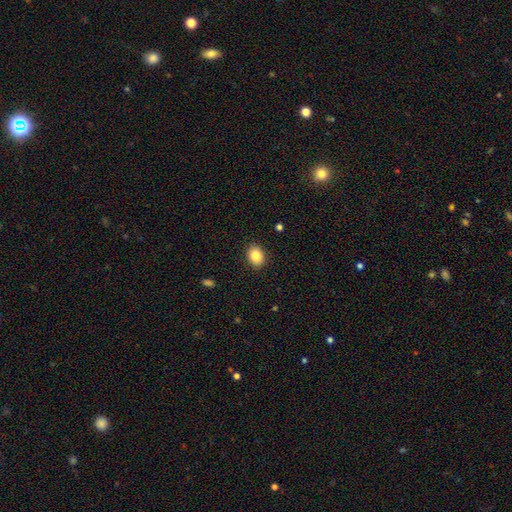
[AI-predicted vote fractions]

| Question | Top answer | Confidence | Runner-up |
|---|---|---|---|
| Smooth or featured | smooth | 85% | star or artifact (9%) |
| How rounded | in between | 64% | round (35%) |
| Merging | none | 89% | minor disturbance (8%) |